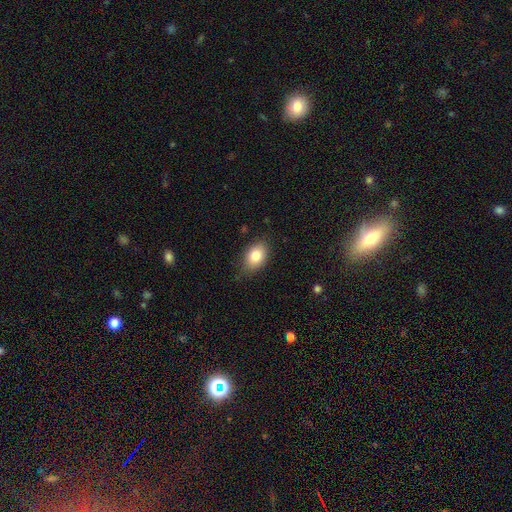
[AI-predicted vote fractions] smooth-or-featured: smooth: 82% | featured or disk: 10% | star or artifact: 8%
  how-rounded: in between: 84% | round: 14% | cigar-shaped: 1%
  merging: none: 80% | minor disturbance: 15% | major disturbance: 3% | merger: 1%